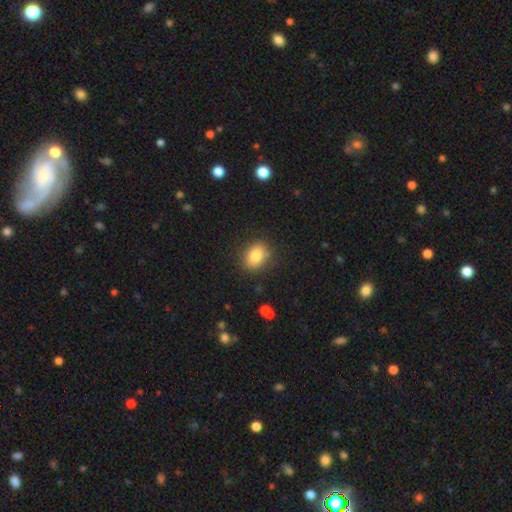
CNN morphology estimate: Smooth or featured?
  - smooth: 83% *
  - star or artifact: 9%
  - featured or disk: 8%
How rounded?
  - in between: 60% *
  - round: 38%
  - cigar-shaped: 1%
Merging?
  - none: 81% *
  - minor disturbance: 13%
  - major disturbance: 3%
  - merger: 2%